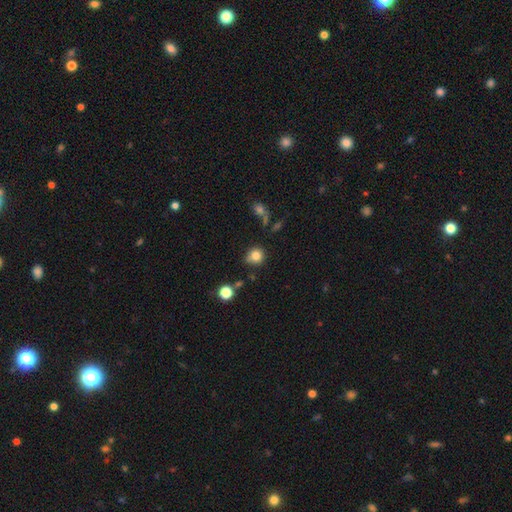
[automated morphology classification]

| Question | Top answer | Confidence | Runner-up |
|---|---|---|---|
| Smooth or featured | smooth | 82% | star or artifact (12%) |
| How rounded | round | 80% | in between (18%) |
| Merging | none | 69% | minor disturbance (20%) |